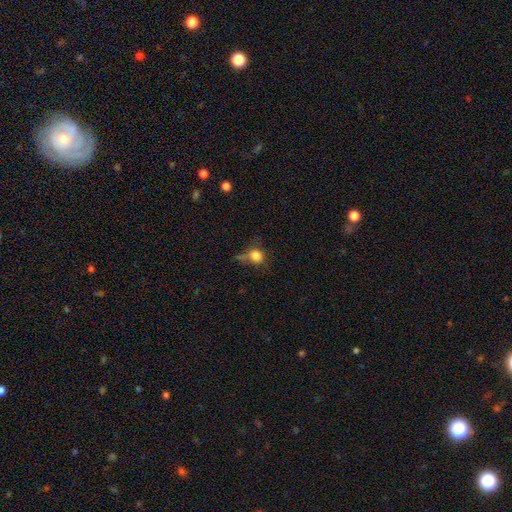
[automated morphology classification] This appears to be a smooth galaxy with no disk features (79%) that is round (74%). Merging: none (50%).